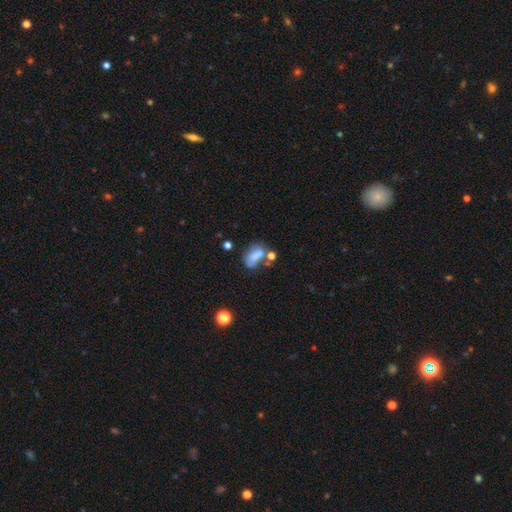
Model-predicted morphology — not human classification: This appears to be a smooth galaxy with no disk features (66%) that is in between round and cigar-shaped (82%). Merging: none (34%).